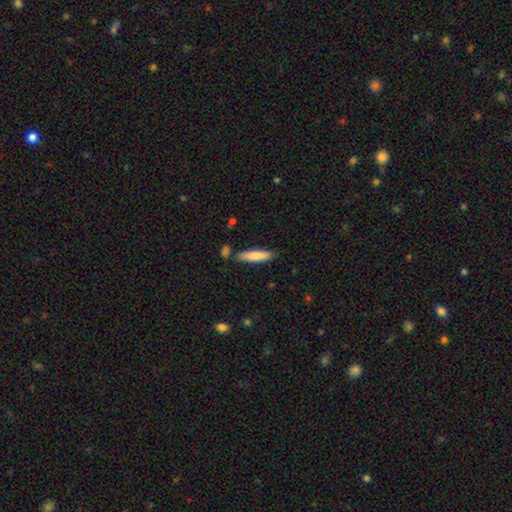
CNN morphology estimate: A smooth galaxy with no disk features (80%) that is cigar-shaped (78%).

Vote fractions:
- Smooth or featured? smooth: 80% / featured or disk: 14% / star or artifact: 6%
- How rounded? cigar-shaped: 78% / in between: 21% / round: 1%
- Merging? none: 80% / minor disturbance: 13% / merger: 5% / major disturbance: 3%